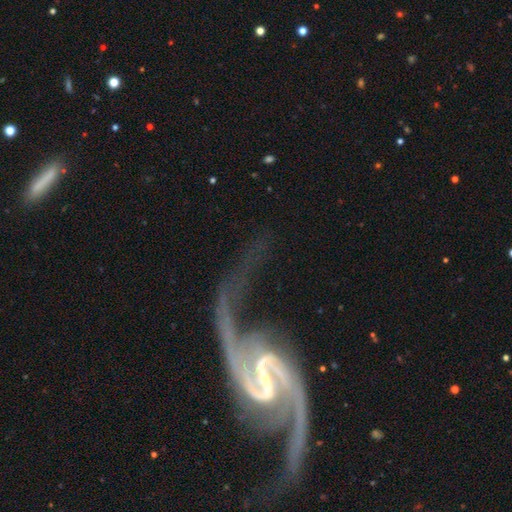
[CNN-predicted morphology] featured or disk 89%, star or artifact 7%, smooth 4%. Down the decision tree: edge-on disk — no (96%); bar — strong (52%); spiral arms — yes (96%); spiral arm count — 2 (92%); spiral winding — loose (64%); bulge size — small (56%); merging — none (55%).